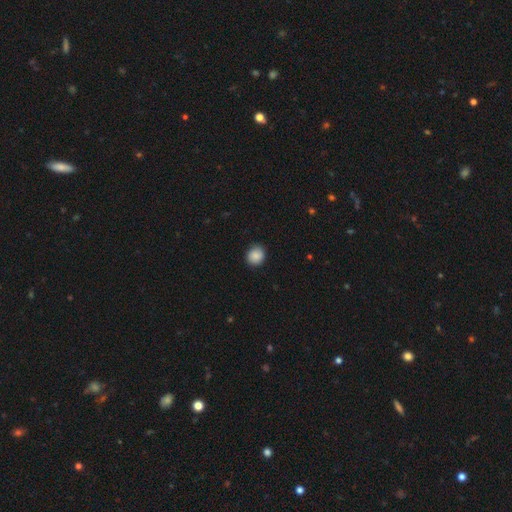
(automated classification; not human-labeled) smooth 87%, star or artifact 8%, featured or disk 4%. Down the decision tree: how rounded — round (82%); merging — none (87%).